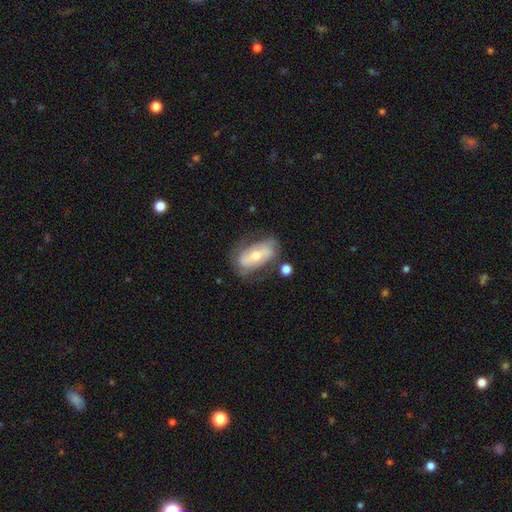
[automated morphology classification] Smooth or featured? Predicted: featured or disk (p=0.64). Edge-on disk? Predicted: no (p=0.88). Bar? Predicted: strong (p=0.38). Spiral arms? Predicted: yes (p=0.64). Bulge size? Predicted: moderate (p=0.60). Merging? Predicted: none (p=0.62).